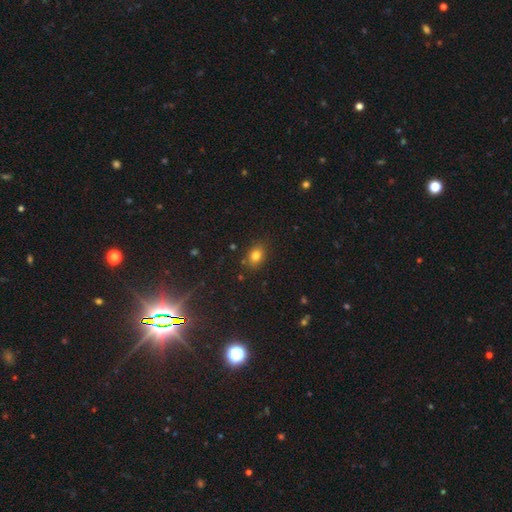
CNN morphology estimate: The model was most divided on "how rounded": in between: 66%, round: 33%, cigar-shaped: 1%. More confident: merging — none (83%); smooth or featured — smooth (79%).